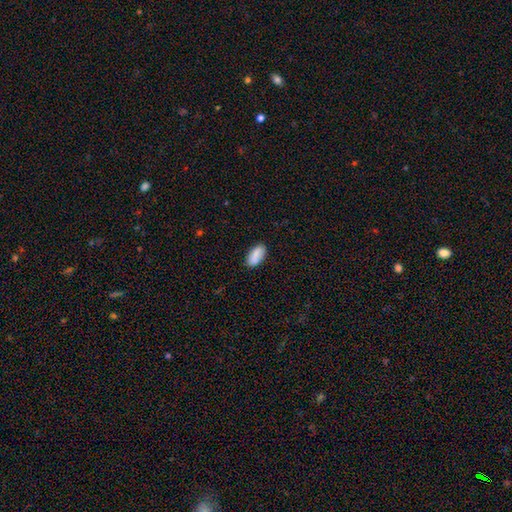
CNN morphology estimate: smooth_or_featured: smooth (p=0.86) [alt: featured or disk p=0.07]
how_rounded: in between (p=0.90) [alt: cigar-shaped p=0.07]
merging: none (p=0.83) [alt: minor disturbance p=0.12]